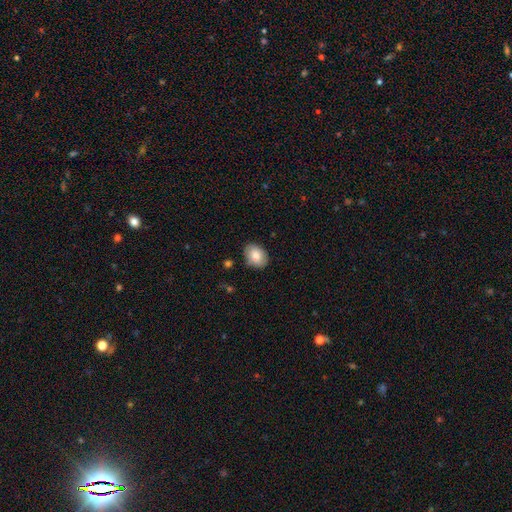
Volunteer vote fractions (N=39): smooth-or-featured: smooth: 82% | featured or disk: 15% | star or artifact: 3%
  how-rounded: in between: 59% | round: 38% | cigar-shaped: 3%
  merging: none: 68% | minor disturbance: 29% | merger: 3% | major disturbance: 0%